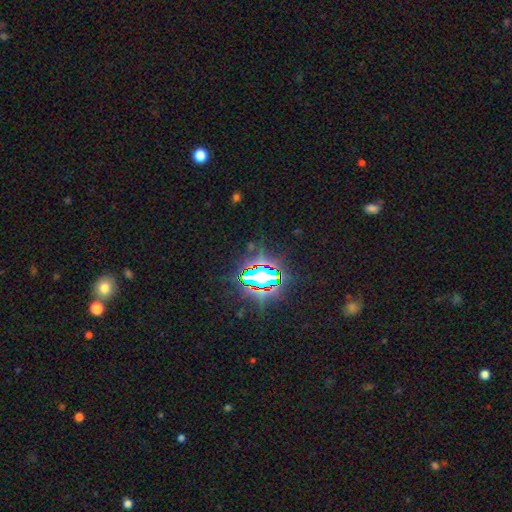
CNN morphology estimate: smooth_or_featured: star or artifact (p=0.80) [alt: smooth p=0.12]